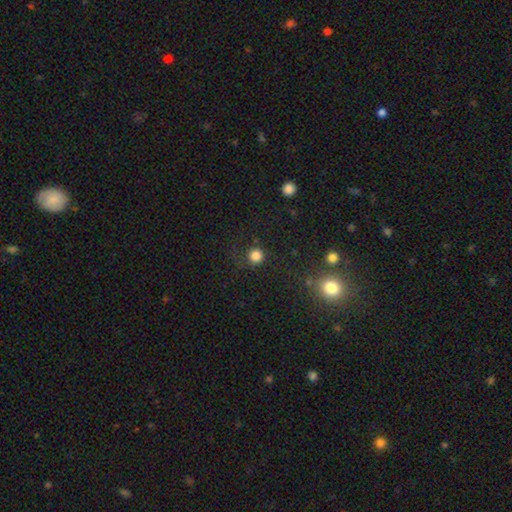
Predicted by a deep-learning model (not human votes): Smooth or featured? smooth (81%)
How rounded? round (93%)
Merging? none (81%)